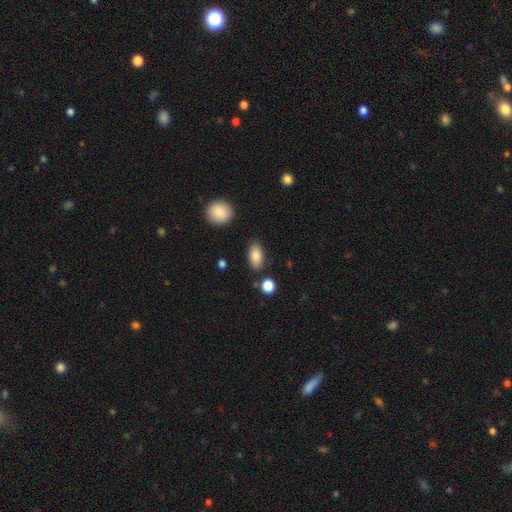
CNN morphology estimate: The model was most divided on "merging": none: 82%, minor disturbance: 11%, merger: 4%, major disturbance: 3%. More confident: how rounded — in between (91%); smooth or featured — smooth (85%).